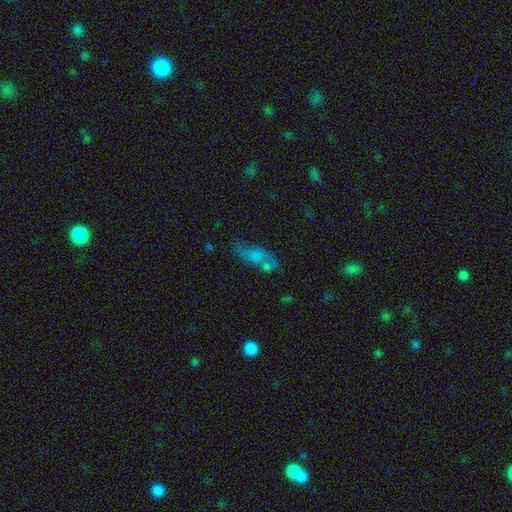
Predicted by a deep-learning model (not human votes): Smooth or featured: smooth — 55% (featured or disk — 32%)
How rounded: in between — 70% (cigar-shaped — 24%)
Merging: none — 41% (minor disturbance — 23%)